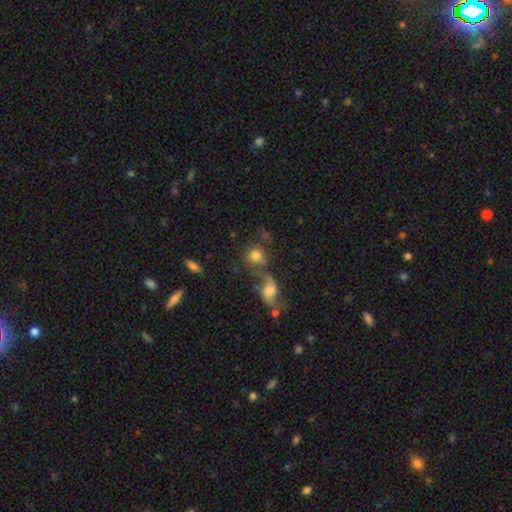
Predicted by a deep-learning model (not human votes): smooth 73%, featured or disk 17%, star or artifact 10%. Down the decision tree: how rounded — round (81%); merging — none (43%).